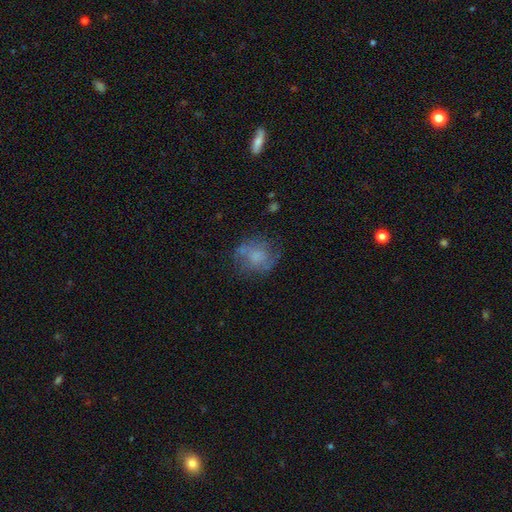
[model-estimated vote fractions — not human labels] This is possibly a smooth galaxy (50%). Merging: likely none (62%).